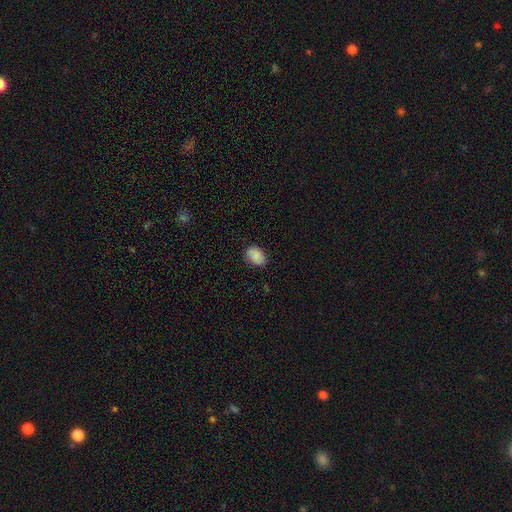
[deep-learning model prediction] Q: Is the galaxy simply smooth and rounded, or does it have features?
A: smooth — 84%.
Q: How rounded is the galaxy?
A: in between — 77%.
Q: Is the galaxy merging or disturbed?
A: none — 81%.